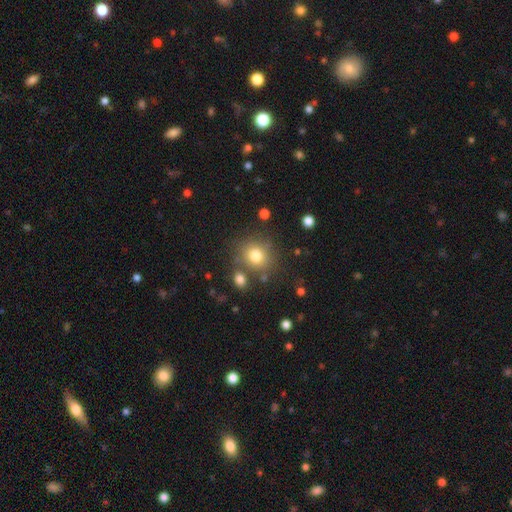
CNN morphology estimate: smooth 78%, star or artifact 13%, featured or disk 9%. Down the decision tree: how rounded — round (85%); merging — none (77%).